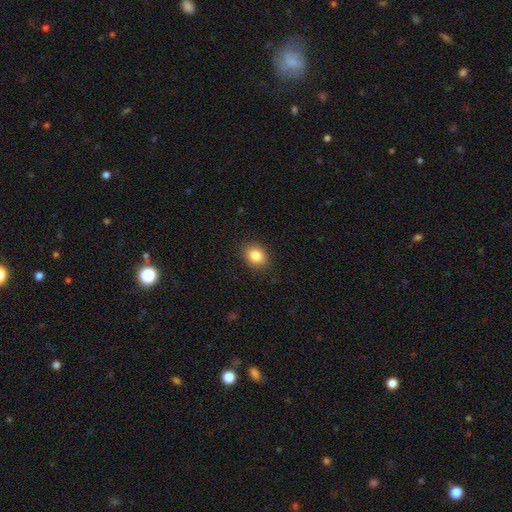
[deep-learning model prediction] A smooth galaxy with no disk features (85%) that is in between round and cigar-shaped (53%). Merging: none (88%).